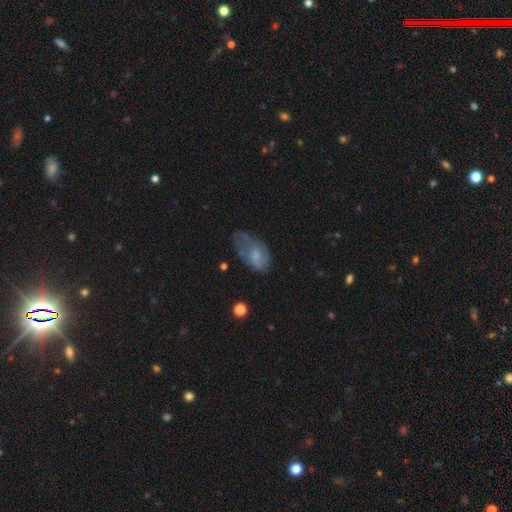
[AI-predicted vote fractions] smooth-or-featured: smooth: 57% | featured or disk: 34% | star or artifact: 9%
  how-rounded: in between: 89% | round: 8% | cigar-shaped: 2%
  merging: minor disturbance: 33% | major disturbance: 32% | none: 31% | merger: 4%